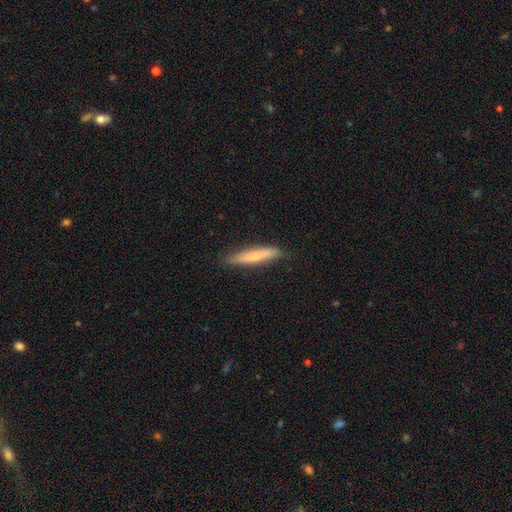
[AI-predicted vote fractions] Smooth or featured: smooth — 68% (featured or disk — 26%)
How rounded: cigar-shaped — 92% (in between — 7%)
Merging: none — 85% (minor disturbance — 12%)